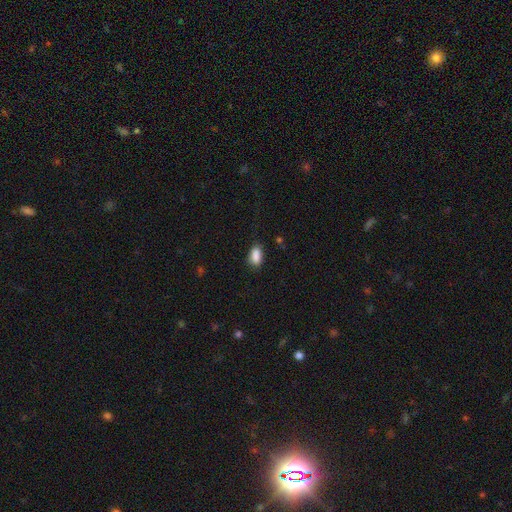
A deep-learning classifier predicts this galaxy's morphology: A smooth galaxy with no disk features (86%) that is in between round and cigar-shaped (88%).

Vote fractions:
- Smooth or featured? smooth: 86% / star or artifact: 9% / featured or disk: 5%
- How rounded? in between: 88% / round: 8% / cigar-shaped: 4%
- Merging? none: 68% / minor disturbance: 22% / merger: 5% / major disturbance: 5%